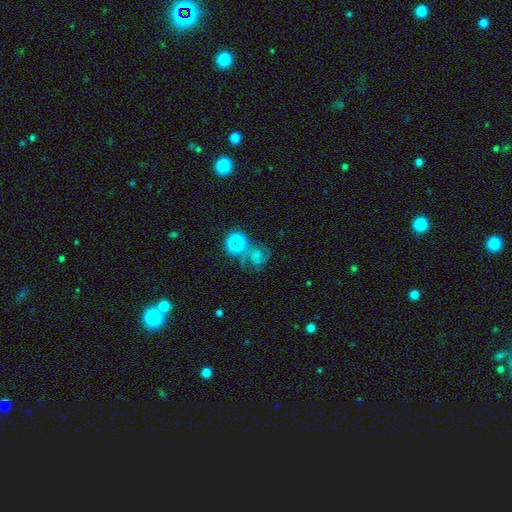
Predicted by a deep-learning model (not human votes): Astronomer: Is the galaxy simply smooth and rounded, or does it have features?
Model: smooth — 51% (runner-up: featured or disk, 27%).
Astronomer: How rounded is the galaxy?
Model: round — 71%.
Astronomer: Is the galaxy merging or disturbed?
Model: none — 42% (runner-up: merger, 25%).